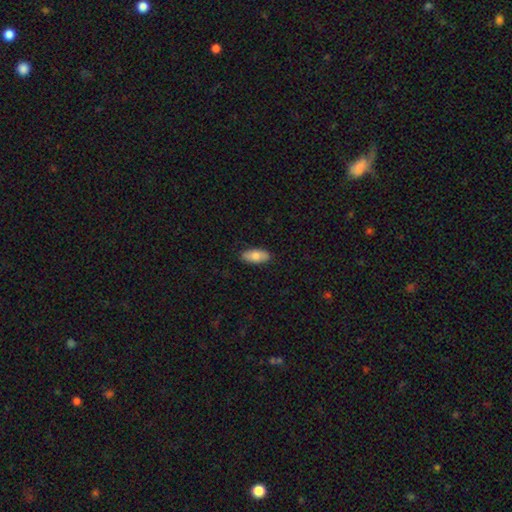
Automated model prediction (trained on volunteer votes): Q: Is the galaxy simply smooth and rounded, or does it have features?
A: smooth — 80%.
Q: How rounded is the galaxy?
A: in between — 86%.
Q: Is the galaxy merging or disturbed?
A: none — 89%.